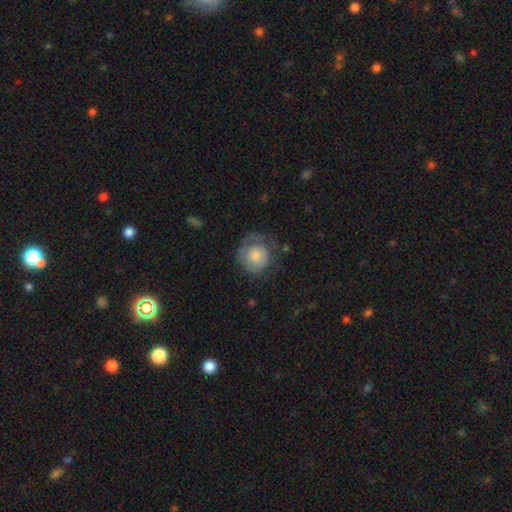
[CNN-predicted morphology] smooth_or_featured: smooth (p=0.56) [alt: featured or disk p=0.36]
how_rounded: round (p=0.87) [alt: in between p=0.13]
merging: none (p=0.58) [alt: minor disturbance p=0.23]